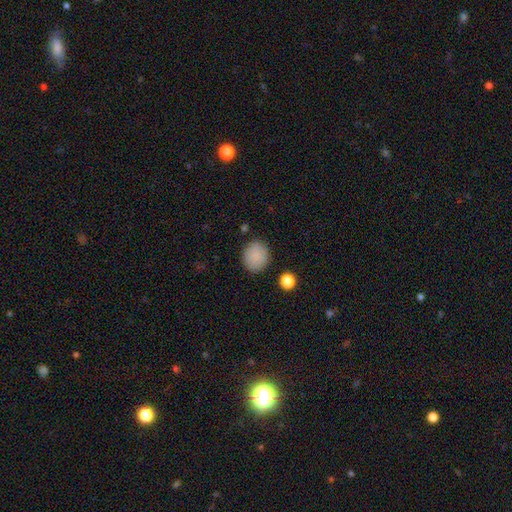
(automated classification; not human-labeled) Smooth or featured: smooth — 87% (star or artifact — 9%)
How rounded: round — 78% (in between — 21%)
Merging: none — 86% (minor disturbance — 10%)